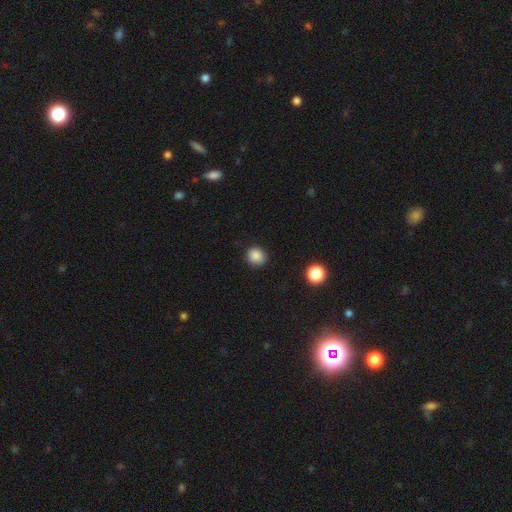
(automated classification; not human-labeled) Q: Smooth or featured?
A: smooth (86%); runner-up: star or artifact (11%)
Q: How rounded?
A: round (86%); runner-up: in between (13%)
Q: Merging?
A: none (86%); runner-up: minor disturbance (10%)